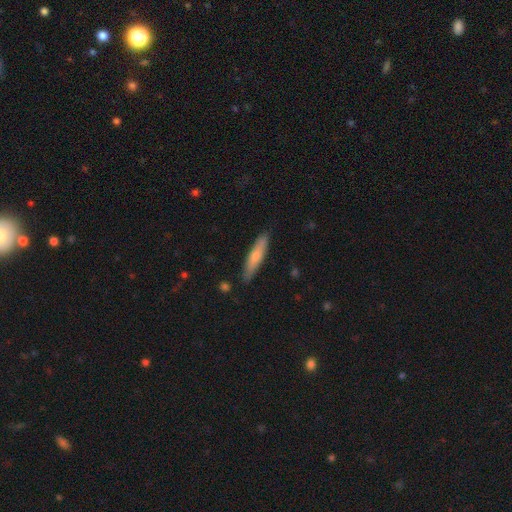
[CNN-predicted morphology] Q: Smooth or featured?
A: smooth (66%); runner-up: featured or disk (29%)
Q: How rounded?
A: cigar-shaped (84%); runner-up: in between (14%)
Q: Merging?
A: none (87%); runner-up: minor disturbance (10%)